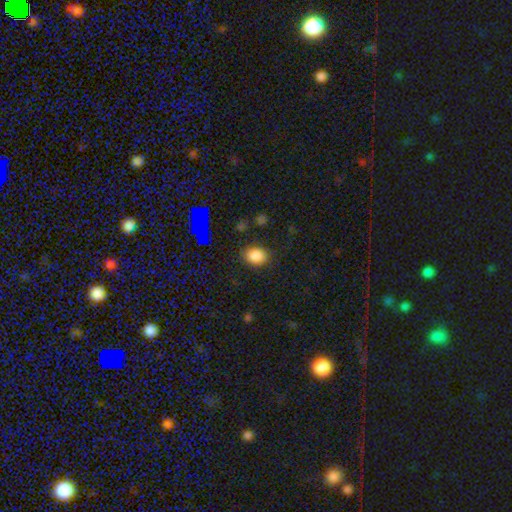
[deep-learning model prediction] smooth-or-featured: smooth: 81% | star or artifact: 13% | featured or disk: 5%
  how-rounded: in between: 63% | round: 35% | cigar-shaped: 1%
  merging: none: 83% | minor disturbance: 11% | major disturbance: 4% | merger: 2%